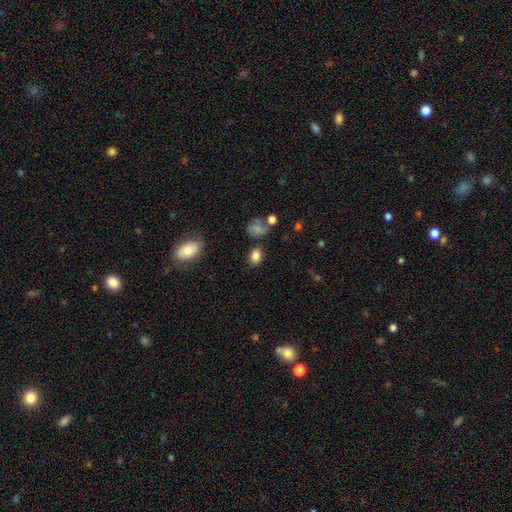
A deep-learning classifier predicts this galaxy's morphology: This appears to be a smooth galaxy with no disk features (83%) that is in between round and cigar-shaped (77%). Merging: none (74%).